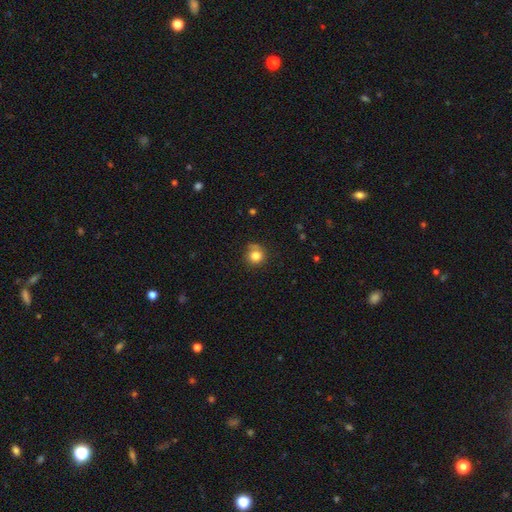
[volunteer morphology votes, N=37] Smooth or featured: smooth — 78% (featured or disk — 14%)
How rounded: round — 93% (in between — 3%)
Merging: none — 56% (minor disturbance — 29%)